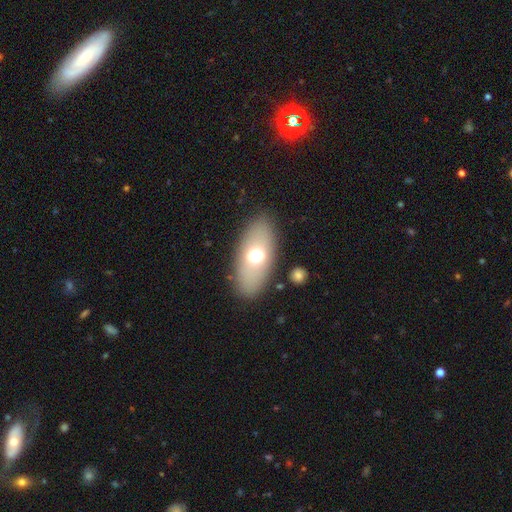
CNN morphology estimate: Overall: smooth (63%; featured or disk 27%). How rounded: in between (86%). Merging: none (84%).